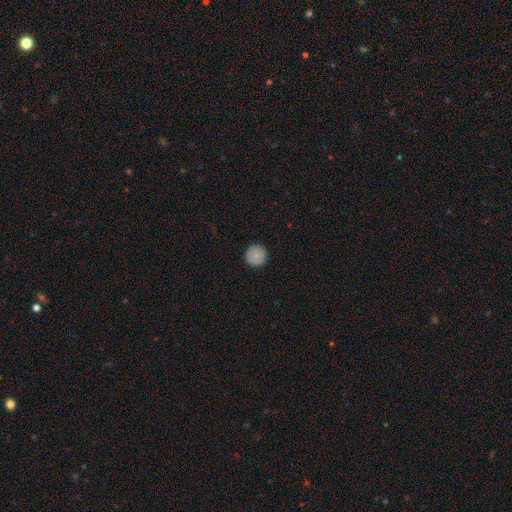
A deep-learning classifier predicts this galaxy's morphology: The model was most divided on "smooth or featured": smooth: 86%, star or artifact: 8%, featured or disk: 6%. More confident: how rounded — round (96%); merging — none (91%).